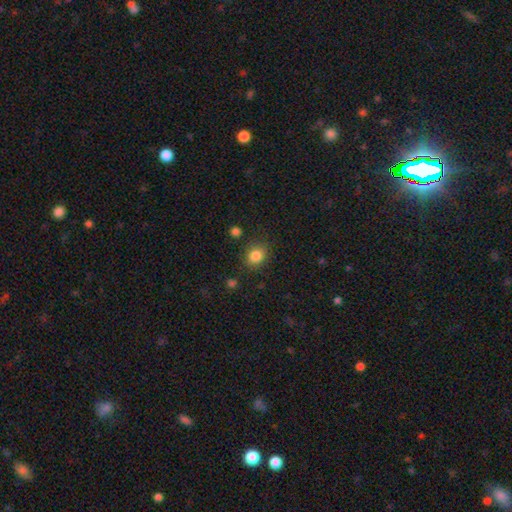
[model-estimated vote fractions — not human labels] The model was most divided on "how rounded": round: 59%, in between: 40%, cigar-shaped: 1%. More confident: smooth or featured — smooth (84%); merging — none (82%).